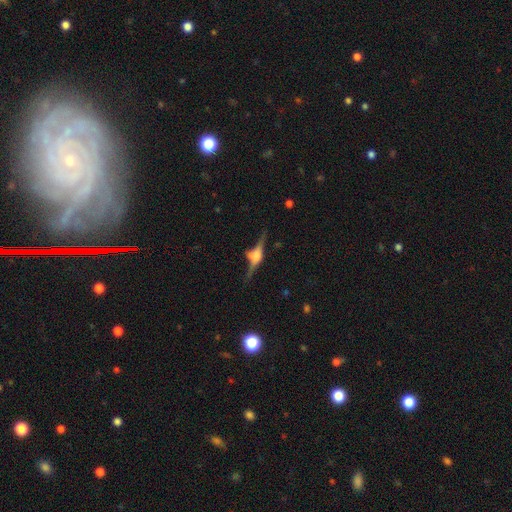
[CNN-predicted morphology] This is clearly a featured or disk galaxy (80%). It is clearly viewed edge-on (96%). Edge-on bulge: clearly rounded (84%). Merging: likely none (75%).